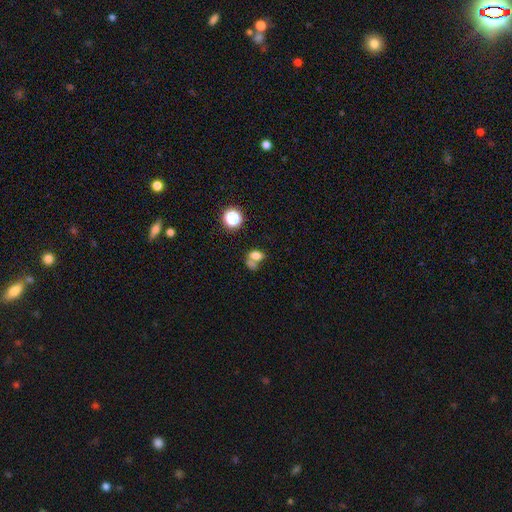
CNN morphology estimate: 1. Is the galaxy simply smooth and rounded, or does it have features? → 72% smooth, 16% star or artifact, 12% featured or disk.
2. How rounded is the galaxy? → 73% in between, 25% round, 2% cigar-shaped.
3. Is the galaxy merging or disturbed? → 46% merger, 34% none, 12% minor disturbance, 9% major disturbance.